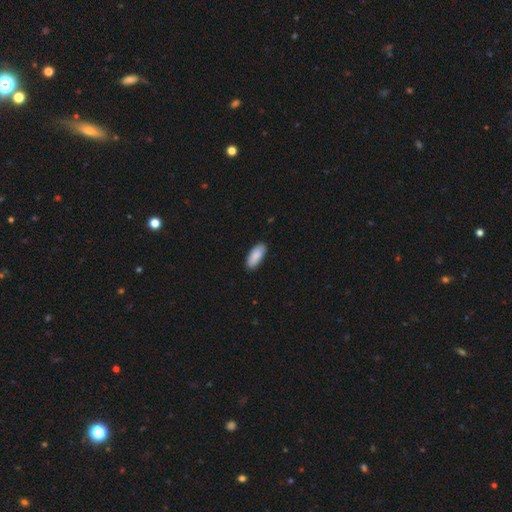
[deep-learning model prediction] A smooth galaxy with no disk features (89%) that is in between round and cigar-shaped (84%).

Vote fractions:
- Smooth or featured? smooth: 89% / star or artifact: 6% / featured or disk: 5%
- How rounded? in between: 84% / cigar-shaped: 14% / round: 2%
- Merging? none: 87% / minor disturbance: 10% / major disturbance: 2% / merger: 1%